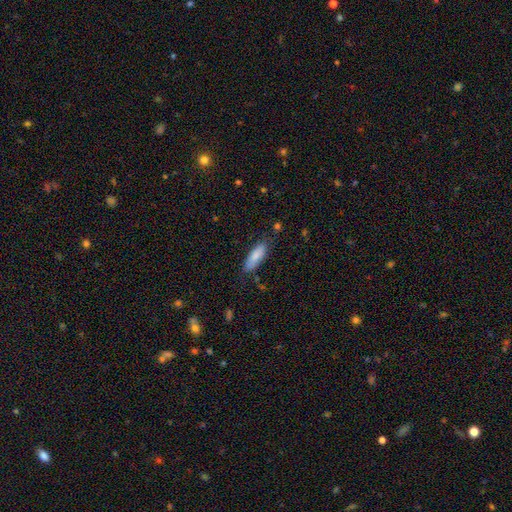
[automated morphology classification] type=smooth (84%); roundness=in between (60%); merging=none (77%).